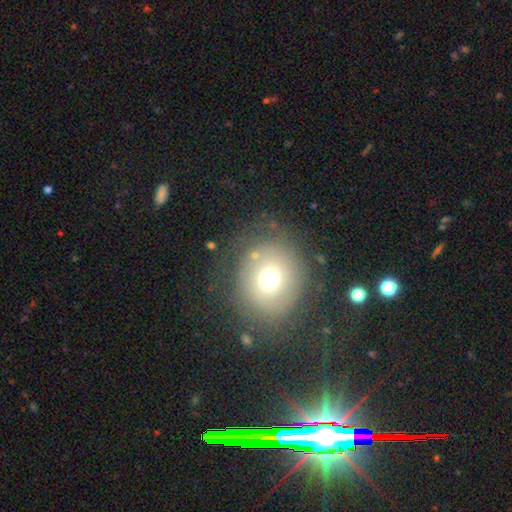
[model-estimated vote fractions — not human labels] Smooth or featured? smooth (56%)
How rounded? round (72%)
Merging? none (79%)